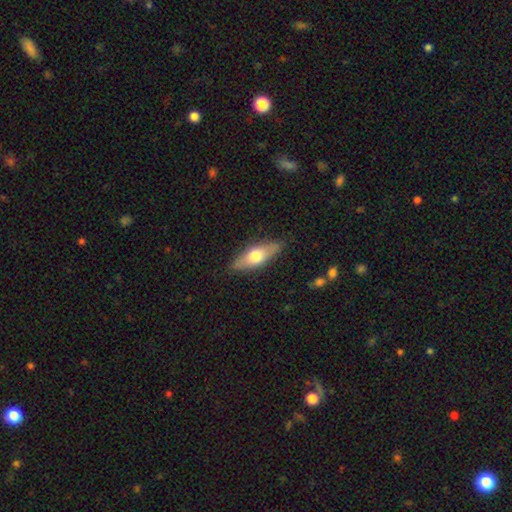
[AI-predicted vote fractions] smooth_or_featured: smooth (p=0.57) [alt: featured or disk p=0.38]
how_rounded: in between (p=0.57) [alt: cigar-shaped p=0.40]
merging: none (p=0.85) [alt: minor disturbance p=0.12]